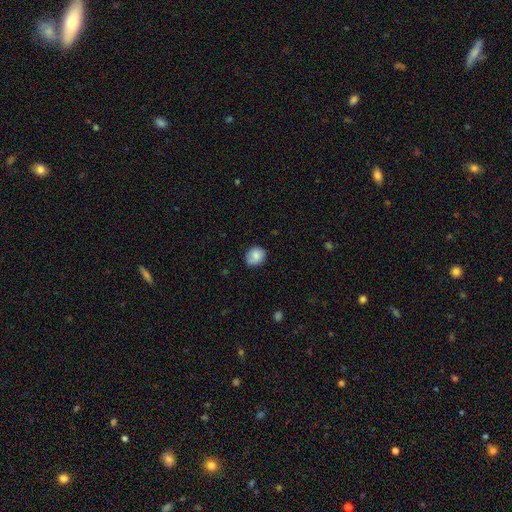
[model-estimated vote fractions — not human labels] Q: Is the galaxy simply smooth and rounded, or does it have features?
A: smooth — 81%.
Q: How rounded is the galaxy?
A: round — 68%.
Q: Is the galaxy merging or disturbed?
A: none — 81%.